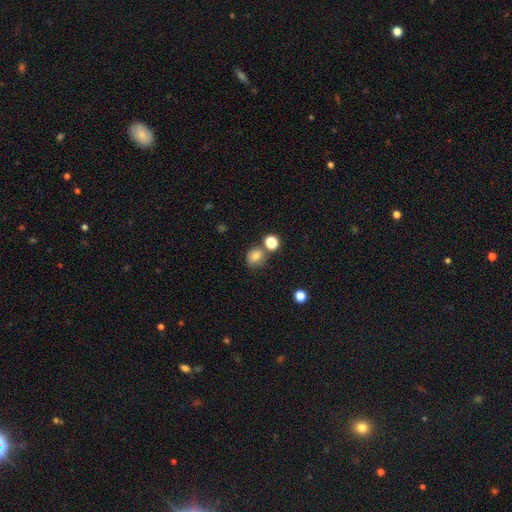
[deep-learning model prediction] Morphology: type=smooth (79%); roundness=round (67%); merging=none (65%).